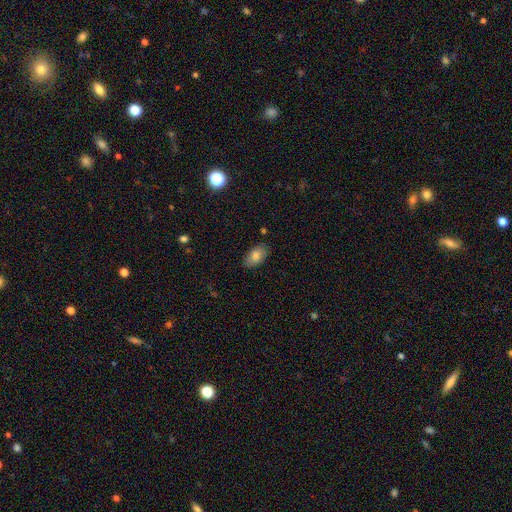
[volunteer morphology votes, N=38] smooth 82%, featured or disk 11%, star or artifact 8%. Down the decision tree: how rounded — in between (87%); merging — none (83%).